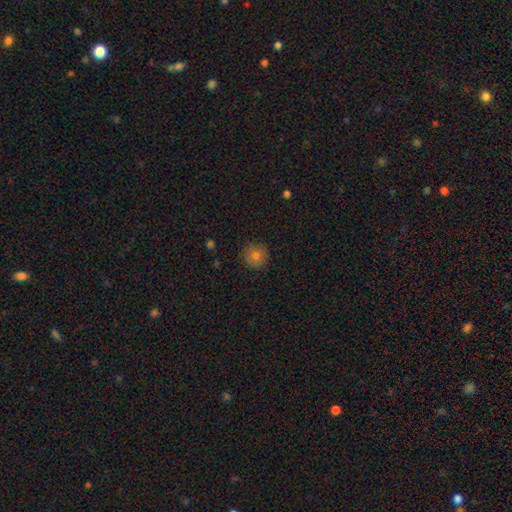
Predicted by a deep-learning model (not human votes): Smooth or featured? smooth (74%)
How rounded? round (94%)
Merging? none (87%)